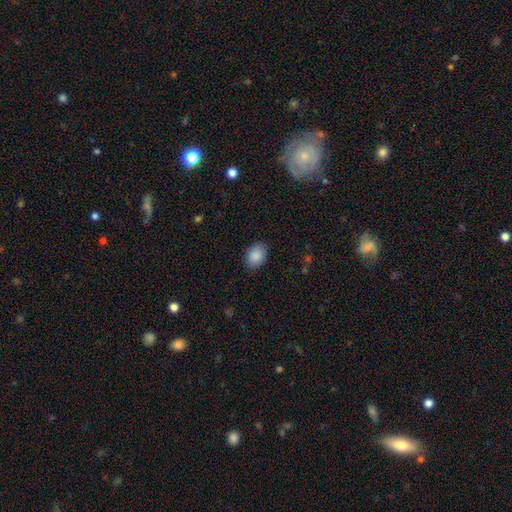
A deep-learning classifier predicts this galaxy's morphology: type=smooth (89%); roundness=in between (81%); merging=none (86%).